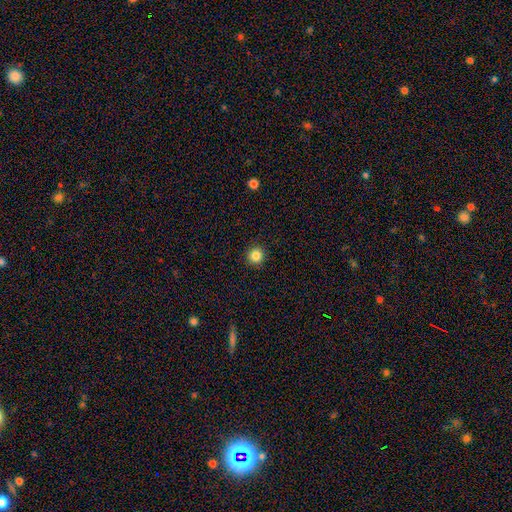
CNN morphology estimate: smooth_or_featured: smooth (p=0.84) [alt: star or artifact p=0.11]
how_rounded: round (p=0.94) [alt: in between p=0.05]
merging: none (p=0.92) [alt: minor disturbance p=0.05]